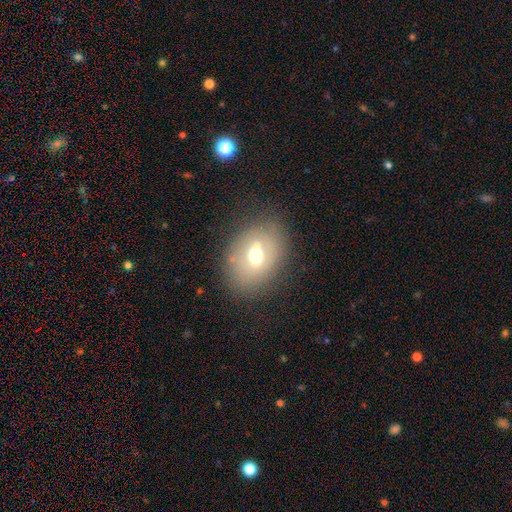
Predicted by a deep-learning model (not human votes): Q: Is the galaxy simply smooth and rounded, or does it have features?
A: smooth — 60%.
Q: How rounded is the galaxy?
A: in between — 66%.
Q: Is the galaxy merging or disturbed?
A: none — 73%.